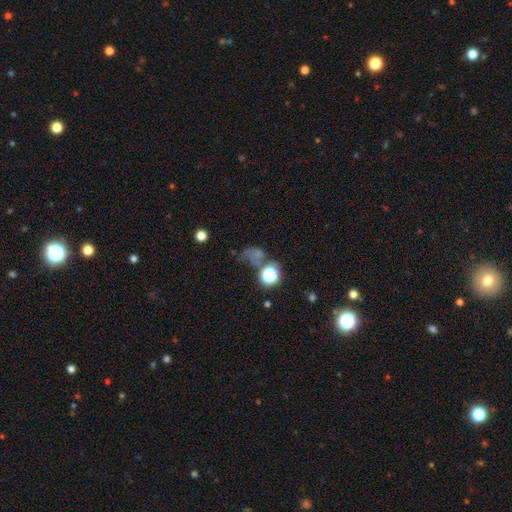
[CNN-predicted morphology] Q: Smooth or featured?
A: smooth (43%); runner-up: star or artifact (36%)
Q: Merging?
A: none (33%); runner-up: major disturbance (31%)